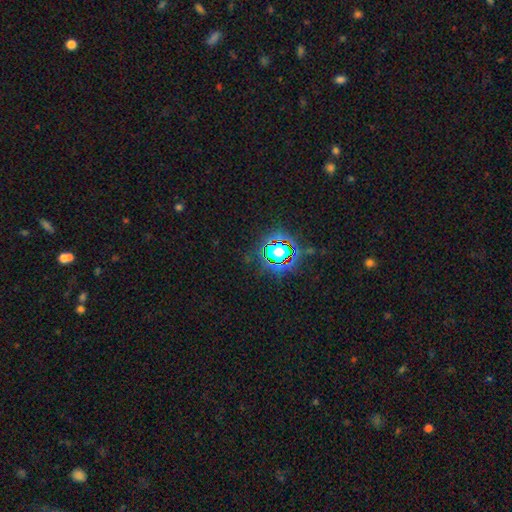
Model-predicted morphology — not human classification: A star or artifact, not a galaxy (79%).